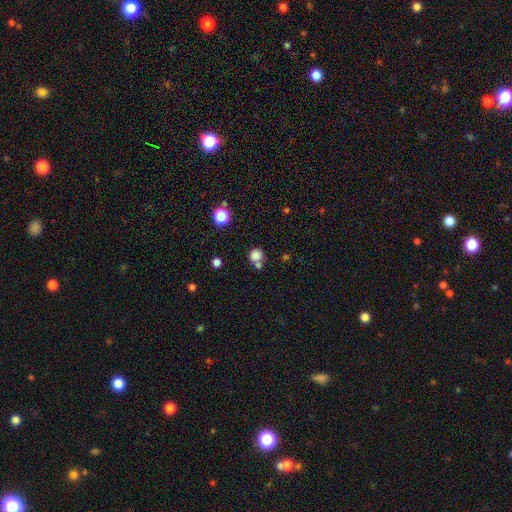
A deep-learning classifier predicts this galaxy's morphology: The model was most divided on "merging": none: 55%, merger: 31%, minor disturbance: 10%, major disturbance: 4%. More confident: how rounded — round (87%); smooth or featured — smooth (81%).